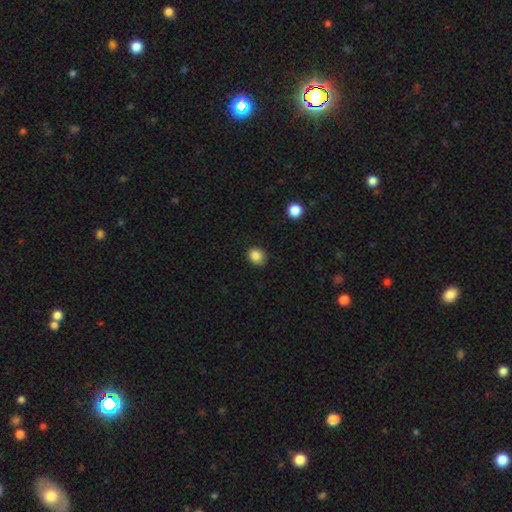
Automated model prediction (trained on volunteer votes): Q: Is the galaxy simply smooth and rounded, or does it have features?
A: smooth — 87%.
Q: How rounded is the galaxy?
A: round — 71%.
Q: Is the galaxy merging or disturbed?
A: none — 86%.